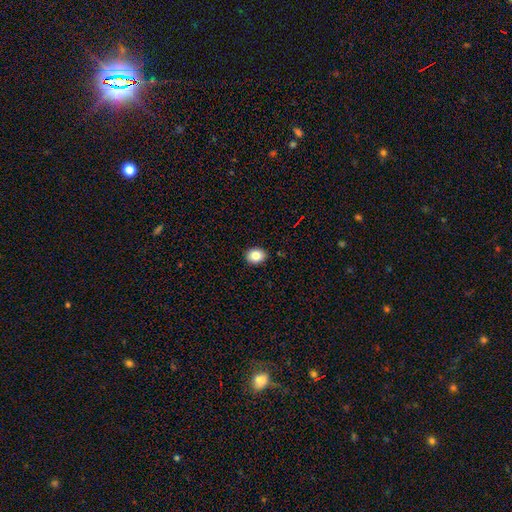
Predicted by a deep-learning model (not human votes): Overall: smooth (84%). How rounded: in between (51%; round 48%). Merging: none (89%).